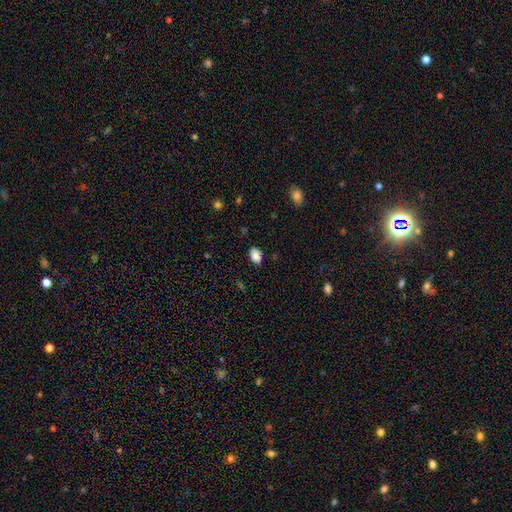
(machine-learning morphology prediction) Smooth or featured? Predicted: smooth (p=0.88). How rounded? Predicted: in between (p=0.87). Merging? Predicted: none (p=0.86).